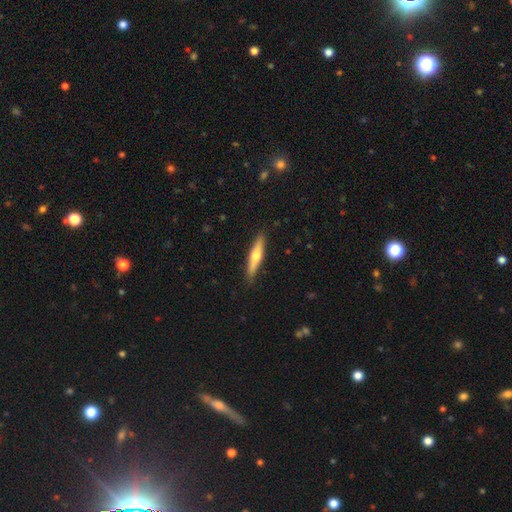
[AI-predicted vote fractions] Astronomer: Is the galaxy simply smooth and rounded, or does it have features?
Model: featured or disk — 48% (runner-up: smooth, 46%).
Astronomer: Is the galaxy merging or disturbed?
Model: none — 88%.